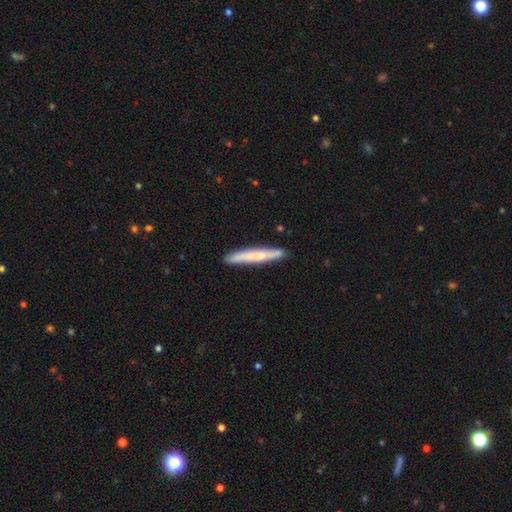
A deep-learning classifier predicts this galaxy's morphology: Smooth or featured?
  - smooth: 60% *
  - featured or disk: 34%
  - star or artifact: 6%
How rounded?
  - cigar-shaped: 96% *
  - in between: 3%
  - round: 1%
Merging?
  - none: 88% *
  - minor disturbance: 9%
  - major disturbance: 1%
  - merger: 1%